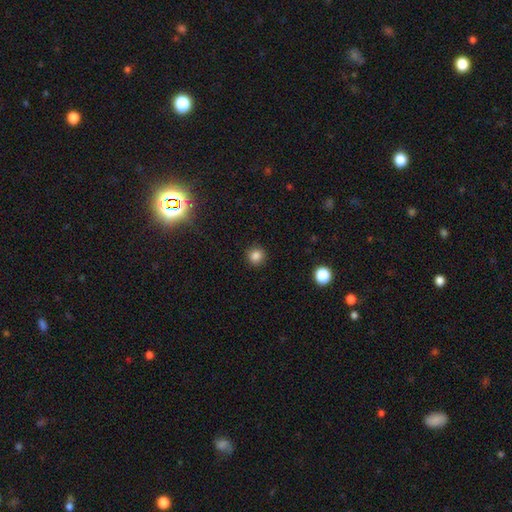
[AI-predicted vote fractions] Morphology: type=smooth (84%); roundness=round (93%); merging=none (91%).